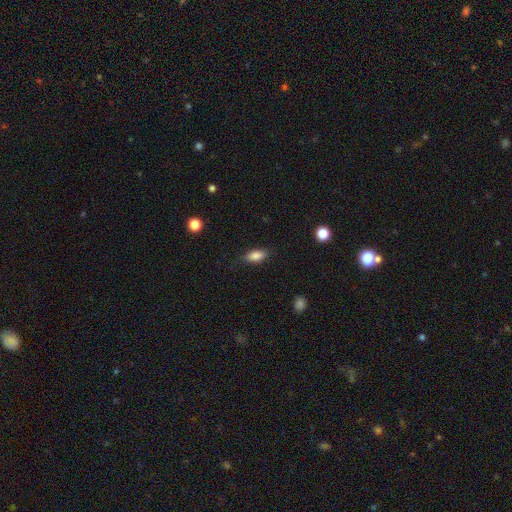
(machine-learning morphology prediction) Smooth or featured: smooth — 85% (star or artifact — 8%)
How rounded: in between — 86% (cigar-shaped — 10%)
Merging: none — 81% (minor disturbance — 14%)